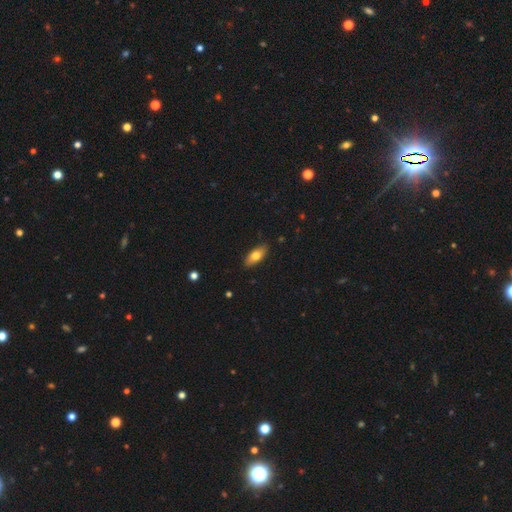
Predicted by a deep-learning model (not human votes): Morphology: type=smooth (73%); roundness=in between (81%); merging=none (85%).